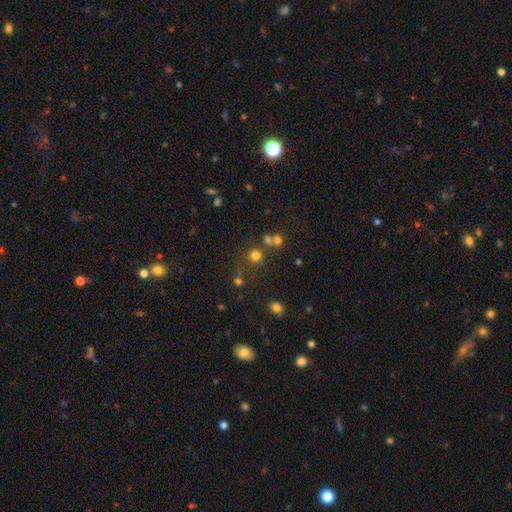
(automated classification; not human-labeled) smooth-or-featured: smooth: 72% | star or artifact: 21% | featured or disk: 7%
  how-rounded: round: 91% | in between: 8% | cigar-shaped: 1%
  merging: none: 70% | merger: 17% | minor disturbance: 8% | major disturbance: 4%